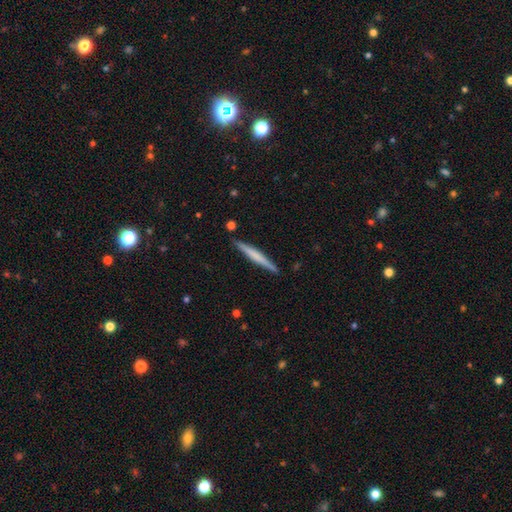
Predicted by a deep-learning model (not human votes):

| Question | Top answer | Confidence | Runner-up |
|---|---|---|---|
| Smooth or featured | smooth | 52% | featured or disk (43%) |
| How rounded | cigar-shaped | 96% | in between (2%) |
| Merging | none | 90% | minor disturbance (7%) |